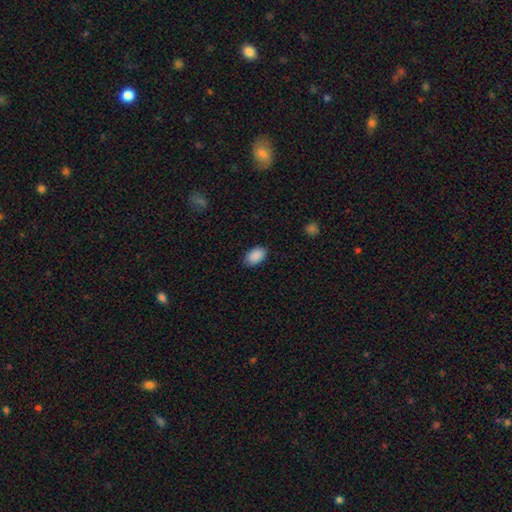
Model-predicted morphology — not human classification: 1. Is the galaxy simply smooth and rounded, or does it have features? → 90% smooth, 7% star or artifact, 3% featured or disk.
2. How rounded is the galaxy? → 92% in between, 6% round, 1% cigar-shaped.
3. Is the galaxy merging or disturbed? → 86% none, 10% minor disturbance, 2% major disturbance, 1% merger.